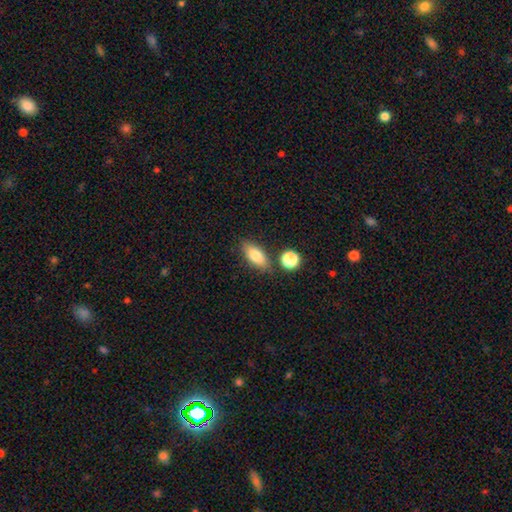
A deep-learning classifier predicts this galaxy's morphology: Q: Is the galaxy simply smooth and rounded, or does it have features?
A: smooth — 79%.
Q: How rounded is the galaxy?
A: in between — 77%.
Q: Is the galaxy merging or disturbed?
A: none — 76%.